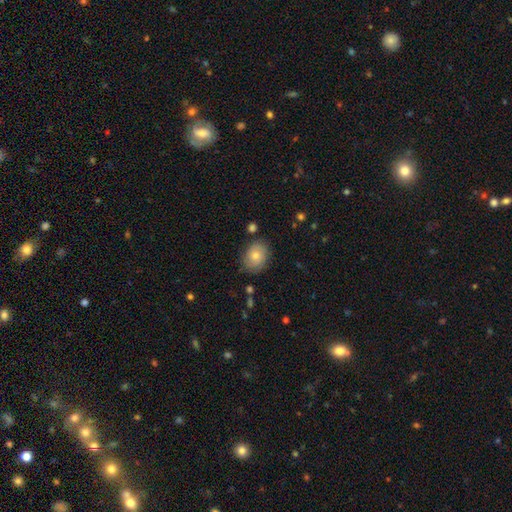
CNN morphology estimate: smooth 76%, featured or disk 16%, star or artifact 8%. Down the decision tree: how rounded — in between (52%); merging — none (81%).